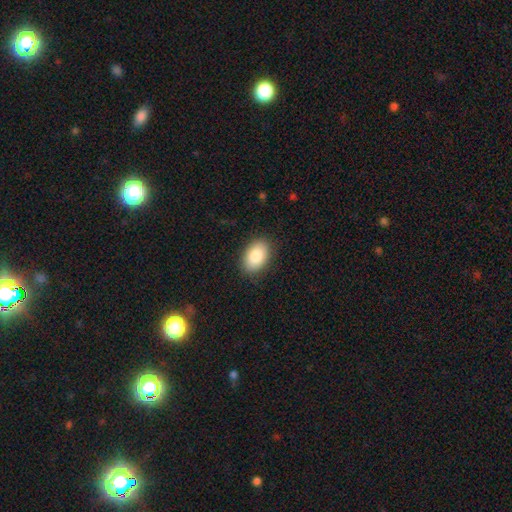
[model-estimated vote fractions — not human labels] Smooth or featured? smooth (86%)
How rounded? in between (89%)
Merging? none (88%)